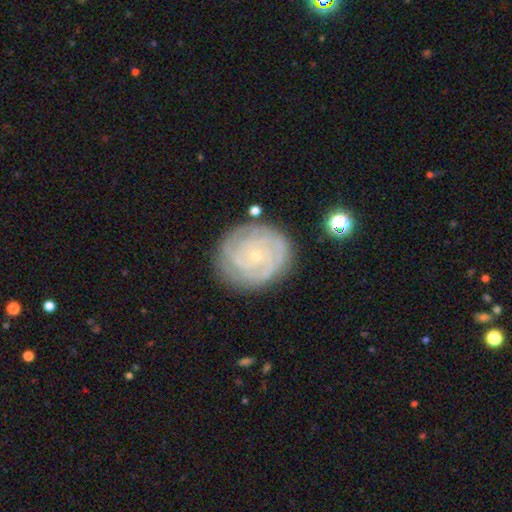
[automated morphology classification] Smooth or featured? Predicted: featured or disk (p=0.81). Edge-on disk? Predicted: no (p=0.98). Bar? Predicted: no (p=0.83). Spiral arms? Predicted: yes (p=0.94). Spiral winding? Predicted: tight (p=0.83). Spiral arm count? Predicted: can't tell (p=0.31). Bulge size? Predicted: small (p=0.87). Merging? Predicted: none (p=0.81).